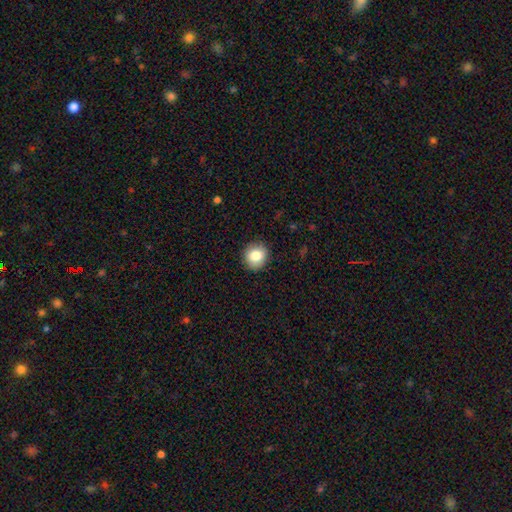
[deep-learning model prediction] A smooth galaxy with no disk features (84%) that is round (86%).

Vote fractions:
- Smooth or featured? smooth: 84% / star or artifact: 9% / featured or disk: 7%
- How rounded? round: 86% / in between: 13% / cigar-shaped: 1%
- Merging? none: 89% / minor disturbance: 8% / major disturbance: 2% / merger: 1%